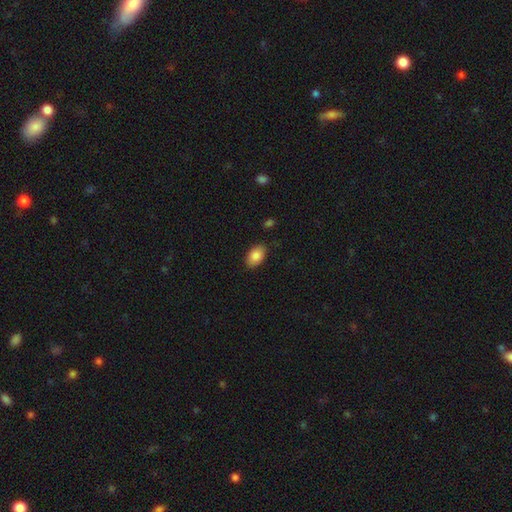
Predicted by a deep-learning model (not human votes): This is clearly a smooth galaxy (87%). How rounded: clearly in between (90%). Merging: clearly none (86%).